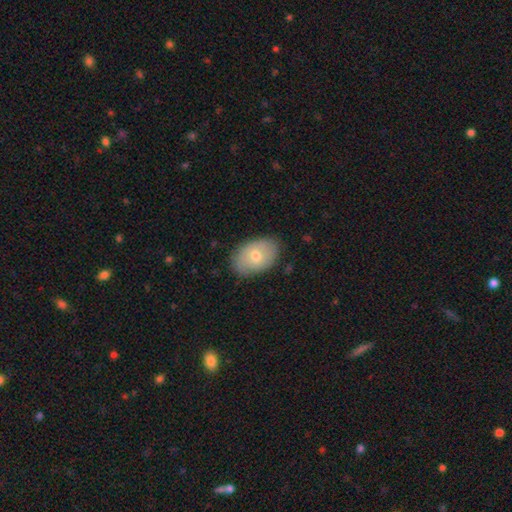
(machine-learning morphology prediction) type=smooth (68%); roundness=in between (86%); merging=none (82%).